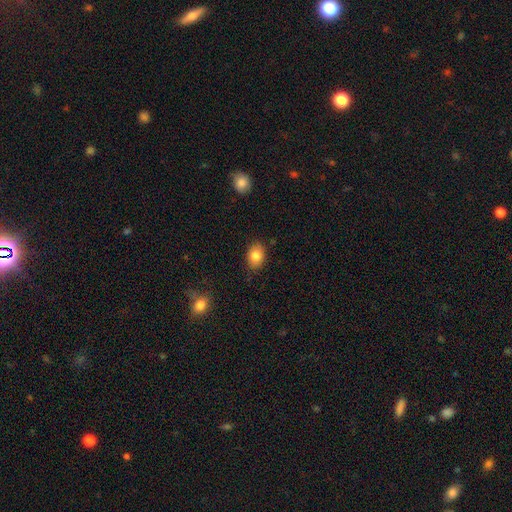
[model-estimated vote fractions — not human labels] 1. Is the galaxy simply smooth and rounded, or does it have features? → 83% smooth, 9% star or artifact, 8% featured or disk.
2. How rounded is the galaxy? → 70% in between, 29% round, 1% cigar-shaped.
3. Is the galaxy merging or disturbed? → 84% none, 12% minor disturbance, 2% major disturbance, 1% merger.